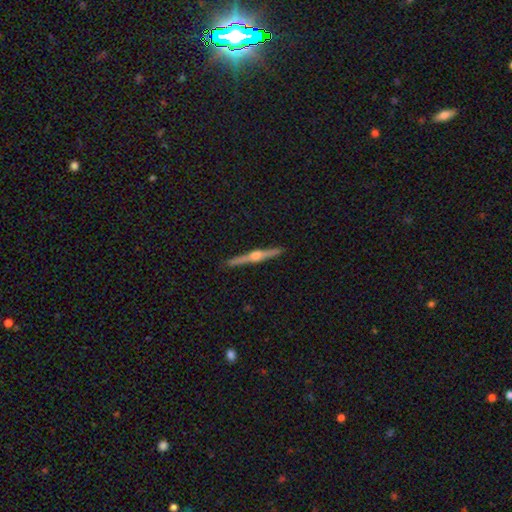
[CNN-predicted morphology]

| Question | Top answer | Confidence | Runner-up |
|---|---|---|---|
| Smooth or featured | featured or disk | 82% | smooth (12%) |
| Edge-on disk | yes | 99% | no (1%) |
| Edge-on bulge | rounded | 93% | boxy (4%) |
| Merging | none | 93% | minor disturbance (5%) |